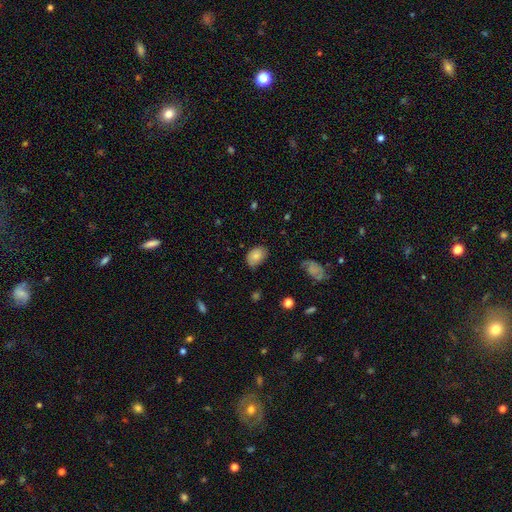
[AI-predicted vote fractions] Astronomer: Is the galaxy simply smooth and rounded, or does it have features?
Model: smooth — 80%.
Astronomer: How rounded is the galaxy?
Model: in between — 81%.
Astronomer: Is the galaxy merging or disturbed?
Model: none — 66%.